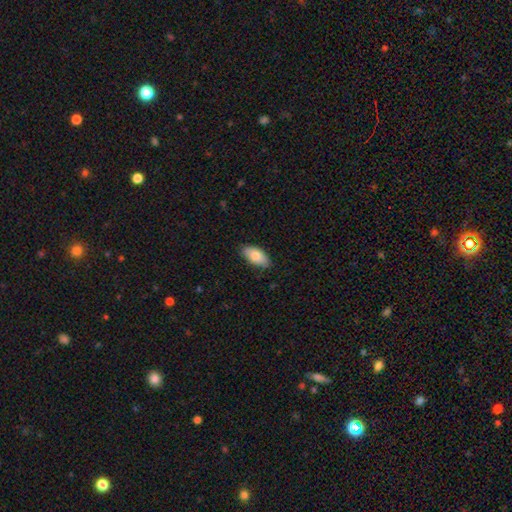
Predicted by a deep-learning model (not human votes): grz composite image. It shows a smooth galaxy with no disk features (81%) that is in between round and cigar-shaped (94%). Merging: none (83%).